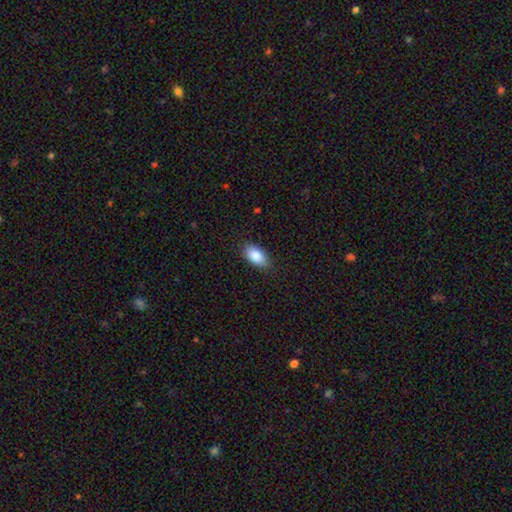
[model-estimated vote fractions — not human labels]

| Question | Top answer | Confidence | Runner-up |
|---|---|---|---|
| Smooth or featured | smooth | 88% | star or artifact (7%) |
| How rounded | in between | 93% | round (4%) |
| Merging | none | 85% | minor disturbance (11%) |